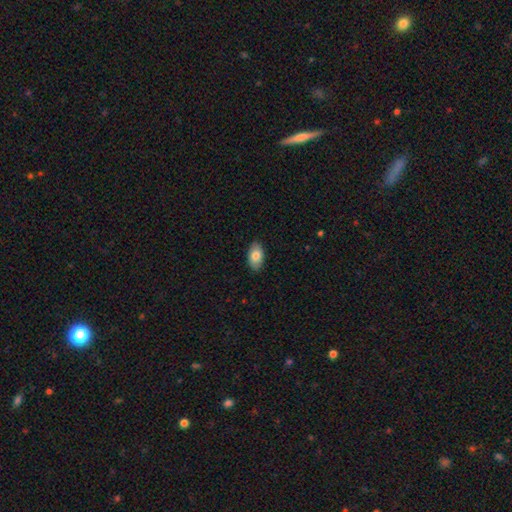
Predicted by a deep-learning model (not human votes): The model was most divided on "smooth or featured": smooth: 82%, featured or disk: 11%, star or artifact: 7%. More confident: how rounded — in between (94%); merging — none (88%).